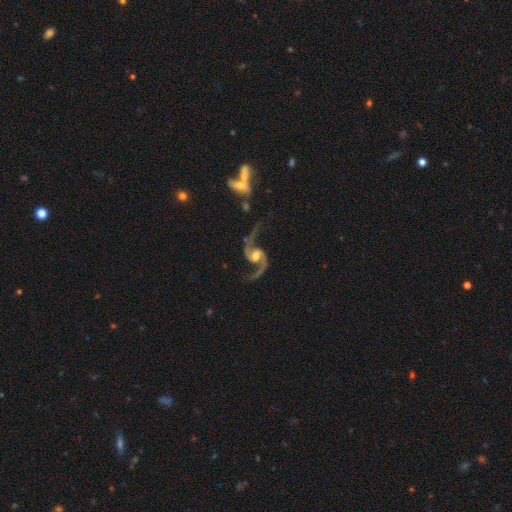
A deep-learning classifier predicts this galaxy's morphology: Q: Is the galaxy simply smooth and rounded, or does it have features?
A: featured or disk — 93%.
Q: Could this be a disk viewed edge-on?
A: no — 98%.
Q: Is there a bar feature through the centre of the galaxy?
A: no — 42%, tied with weak.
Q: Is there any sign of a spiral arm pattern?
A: yes — 98%.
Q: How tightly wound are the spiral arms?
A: loose — 66%.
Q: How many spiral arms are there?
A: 2 — 95%.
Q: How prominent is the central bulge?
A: moderate — 65%.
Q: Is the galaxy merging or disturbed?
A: none — 70%.